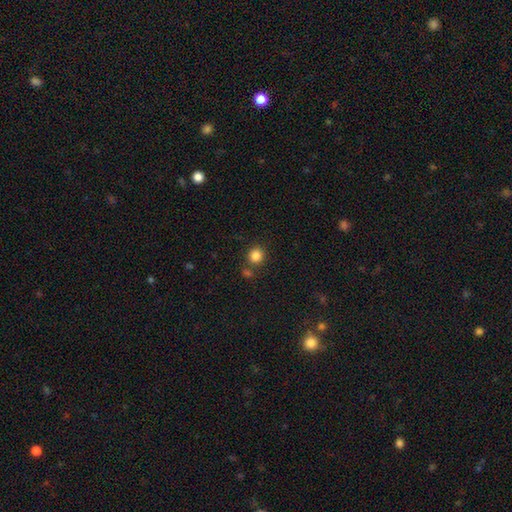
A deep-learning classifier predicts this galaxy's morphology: This appears to be a smooth galaxy with no disk features (84%) that is round (89%). Merging: none (78%).